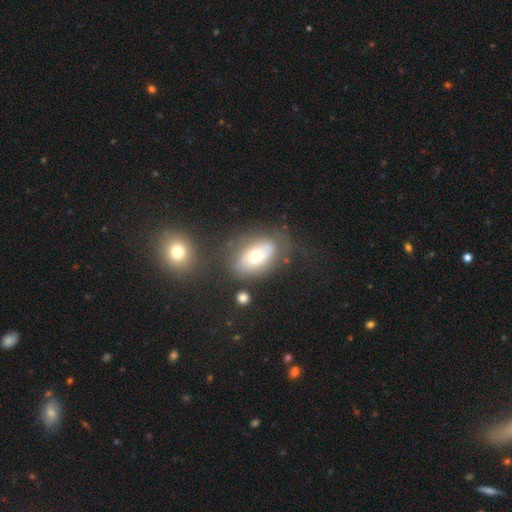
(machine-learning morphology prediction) This appears to be a smooth galaxy with no disk features (59%) that is in between round and cigar-shaped (88%). Merging: none (61%).